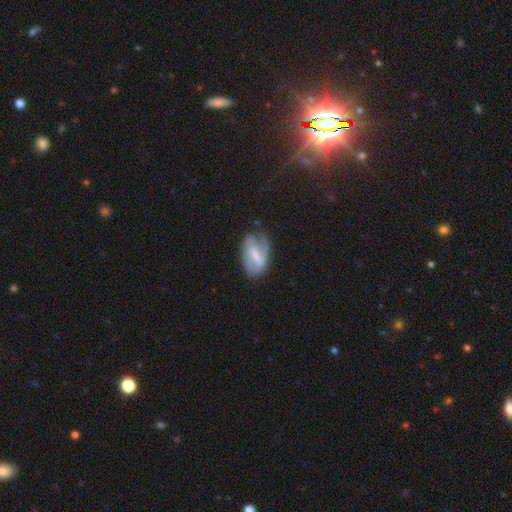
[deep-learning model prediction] Overall: featured or disk (63%; smooth 31%). Edge-on disk: no (95%). Bar: strong (47%; weak 40%). Spiral arms: yes (72%). Bulge size: small (33%; moderate 32%). Merging: none (51%; minor disturbance 29%).